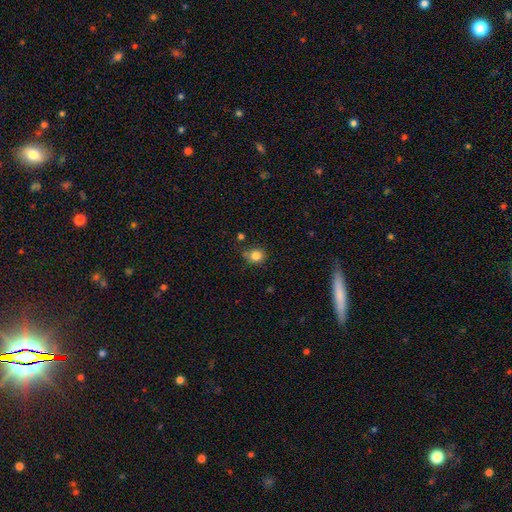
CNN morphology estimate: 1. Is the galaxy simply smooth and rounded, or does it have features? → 84% smooth, 11% star or artifact, 5% featured or disk.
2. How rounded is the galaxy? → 74% round, 25% in between, 1% cigar-shaped.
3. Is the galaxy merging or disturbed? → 67% none, 22% minor disturbance, 6% merger, 5% major disturbance.